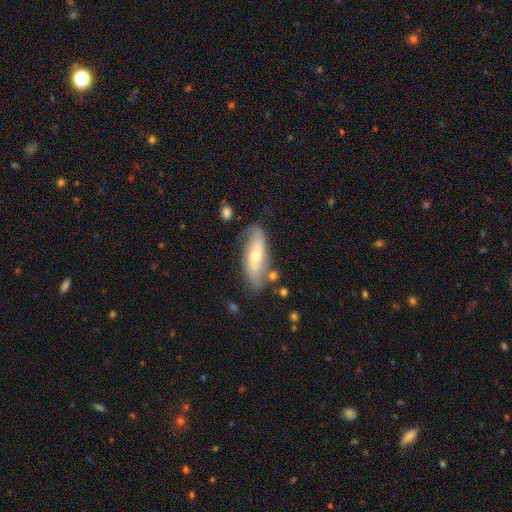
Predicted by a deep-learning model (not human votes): Smooth or featured? featured or disk (53%)
Edge-on disk? no (74%)
Merging? none (72%)